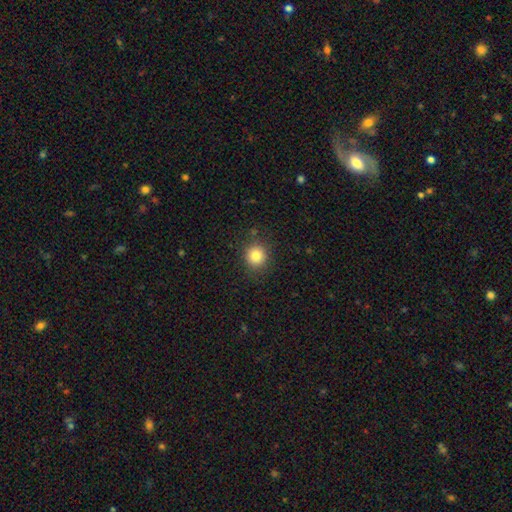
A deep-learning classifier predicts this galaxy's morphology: type=smooth (83%); roundness=round (90%); merging=none (87%).